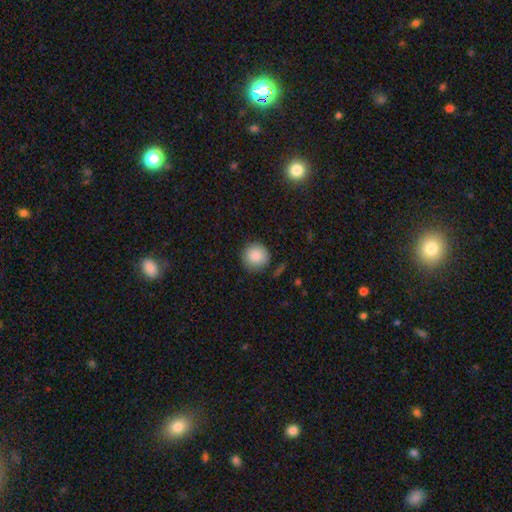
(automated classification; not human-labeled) smooth-or-featured: smooth: 87% | star or artifact: 8% | featured or disk: 5%
  how-rounded: round: 93% | in between: 6% | cigar-shaped: 1%
  merging: none: 85% | minor disturbance: 10% | major disturbance: 3% | merger: 2%